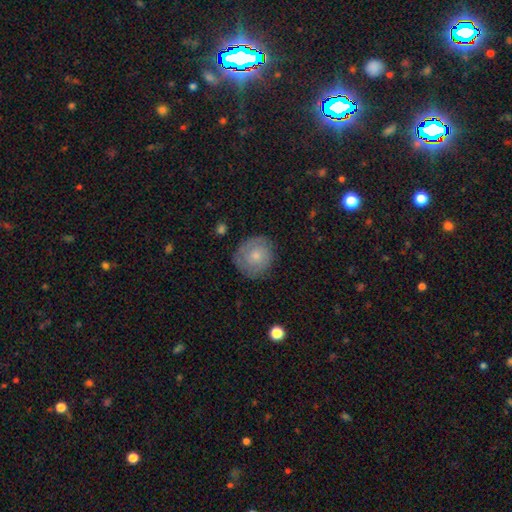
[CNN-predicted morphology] This appears to be a smooth galaxy with no disk features (61%) that is round (87%). Merging: none (79%).